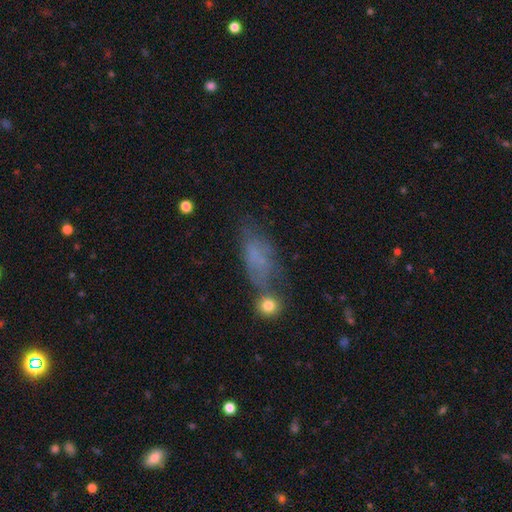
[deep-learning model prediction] This appears to be a smooth galaxy with no disk features (55%) that is in between round and cigar-shaped (71%). Merging: none (43%).